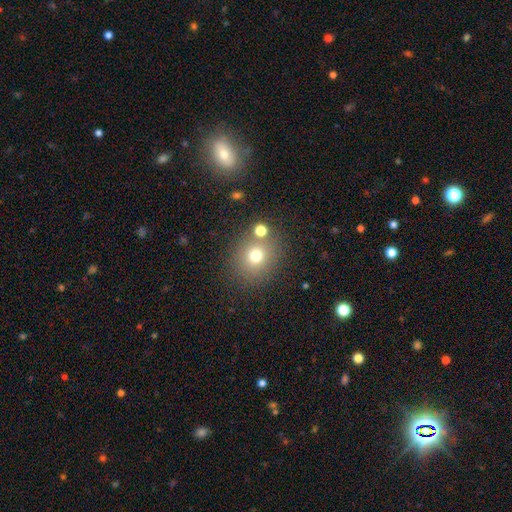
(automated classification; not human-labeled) smooth 73%, star or artifact 16%, featured or disk 11%. Down the decision tree: how rounded — round (80%); merging — none (75%).